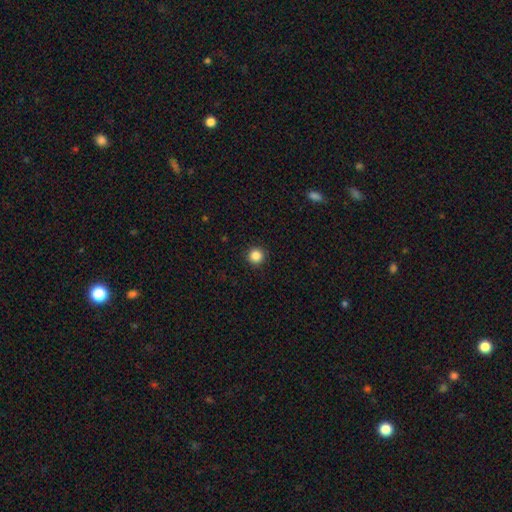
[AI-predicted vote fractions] This is clearly a smooth galaxy (86%). How rounded: clearly round (96%). Merging: clearly none (93%).